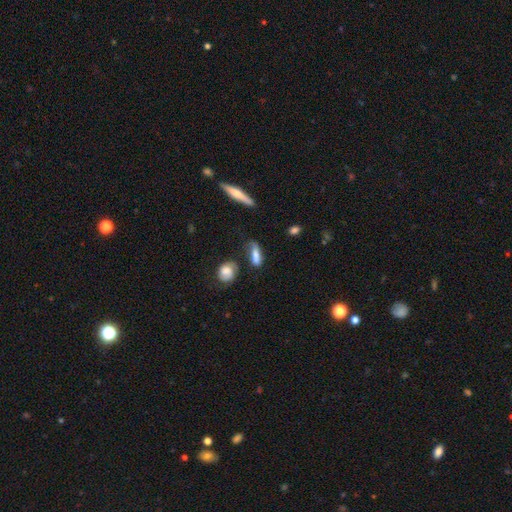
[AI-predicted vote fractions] A smooth galaxy with no disk features (63%) that is in between round and cigar-shaped (52%).

Vote fractions:
- Smooth or featured? smooth: 63% / featured or disk: 28% / star or artifact: 9%
- How rounded? in between: 52% / cigar-shaped: 43% / round: 5%
- Merging? none: 48% / minor disturbance: 27% / major disturbance: 14% / merger: 10%